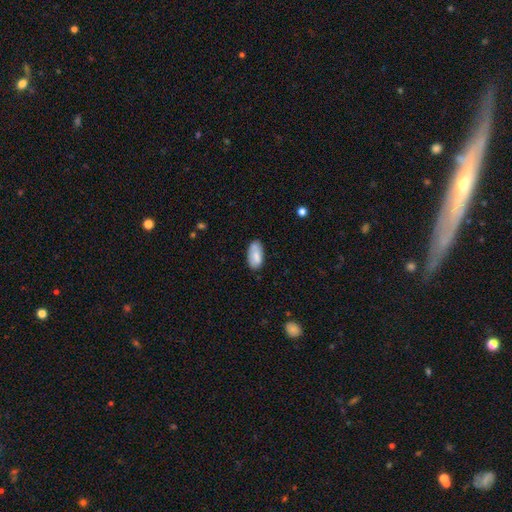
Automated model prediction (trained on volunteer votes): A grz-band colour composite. It shows a smooth galaxy with no disk features (82%) that is in between round and cigar-shaped (92%). Merging: none (74%).